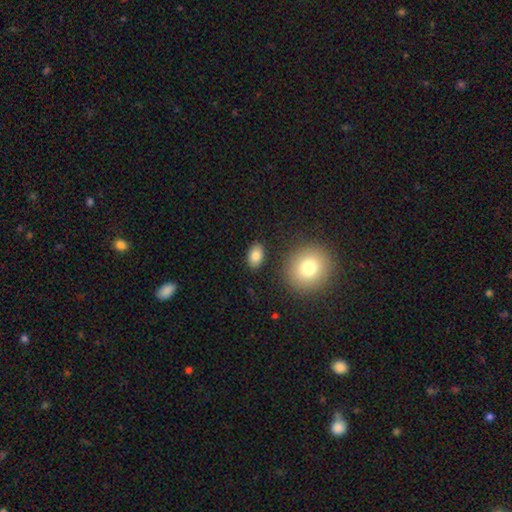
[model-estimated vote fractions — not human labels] This appears to be a smooth galaxy with no disk features (82%) that is in between round and cigar-shaped (85%). Merging: none (85%).